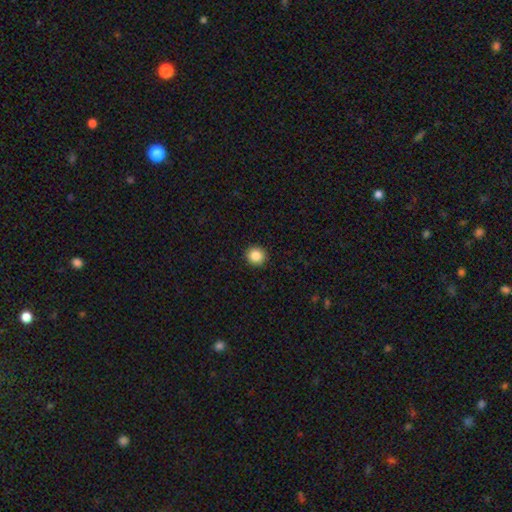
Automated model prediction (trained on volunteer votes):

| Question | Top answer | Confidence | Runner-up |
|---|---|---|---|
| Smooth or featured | smooth | 87% | star or artifact (10%) |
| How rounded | round | 93% | in between (6%) |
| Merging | none | 93% | minor disturbance (5%) |